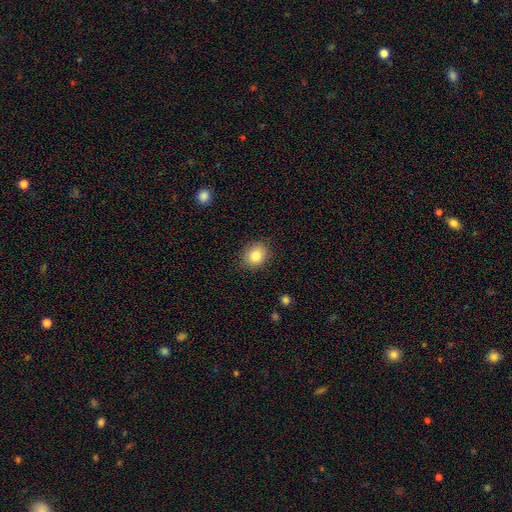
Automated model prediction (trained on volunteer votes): This is clearly a smooth galaxy (83%). How rounded: likely round (63%). Merging: clearly none (86%).